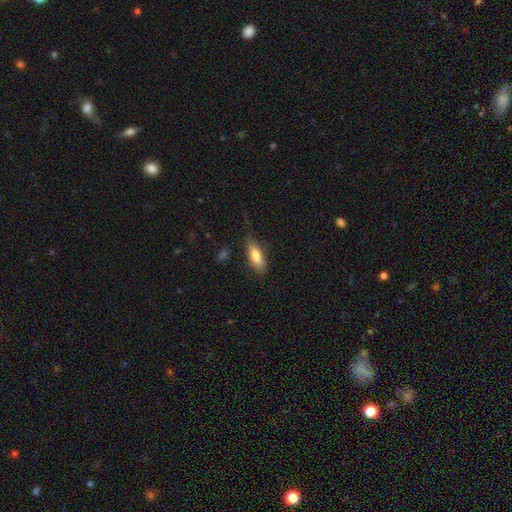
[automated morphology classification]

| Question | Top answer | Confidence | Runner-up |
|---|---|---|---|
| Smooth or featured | smooth | 79% | featured or disk (14%) |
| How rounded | in between | 64% | cigar-shaped (34%) |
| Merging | none | 71% | minor disturbance (21%) |